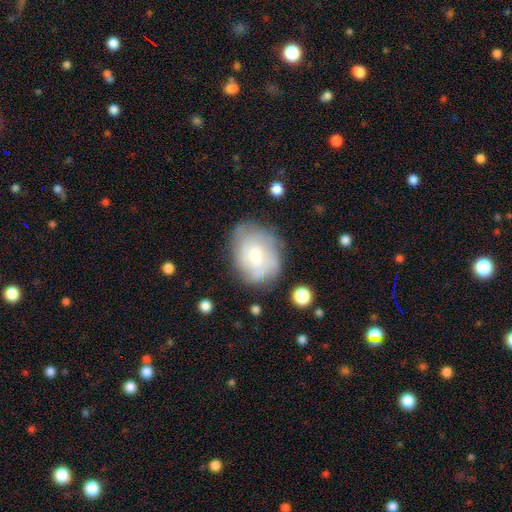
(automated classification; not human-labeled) A featured or disk galaxy (52%) with no bar (69%), spiral arms (68%) and a moderate central bulge (48%). Merging: none (67%).